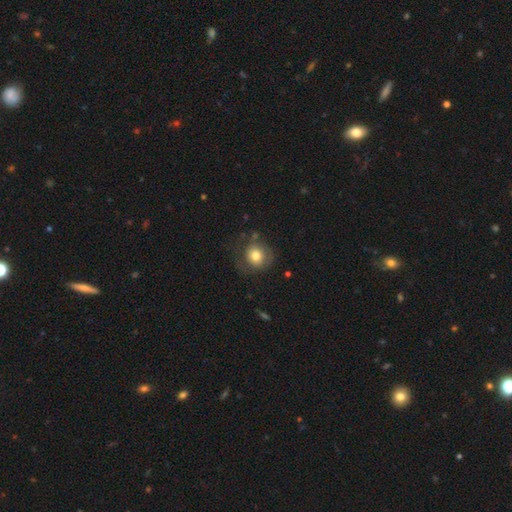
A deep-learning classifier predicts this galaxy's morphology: smooth_or_featured: smooth (p=0.72) [alt: featured or disk p=0.19]
how_rounded: round (p=0.85) [alt: in between p=0.14]
merging: none (p=0.62) [alt: minor disturbance p=0.20]